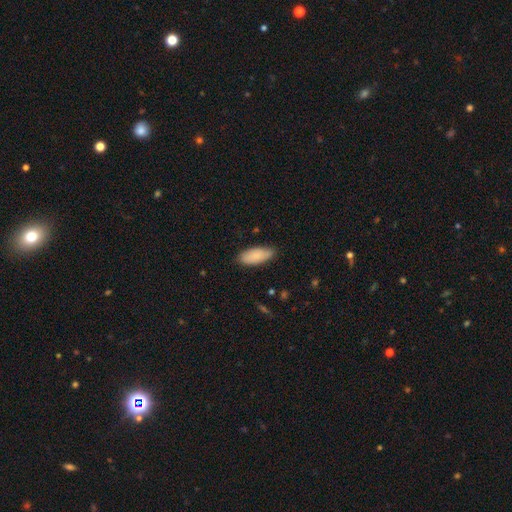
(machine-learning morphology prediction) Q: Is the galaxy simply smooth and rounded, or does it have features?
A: smooth — 87%.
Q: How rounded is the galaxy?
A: in between — 81%.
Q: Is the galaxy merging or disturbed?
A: none — 80%.